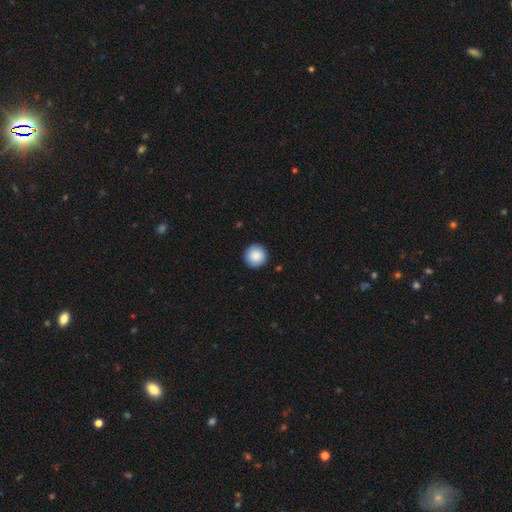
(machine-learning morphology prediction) smooth-or-featured: smooth: 89% | star or artifact: 7% | featured or disk: 4%
  how-rounded: round: 96% | in between: 3% | cigar-shaped: 1%
  merging: none: 92% | minor disturbance: 5% | major disturbance: 1% | merger: 1%